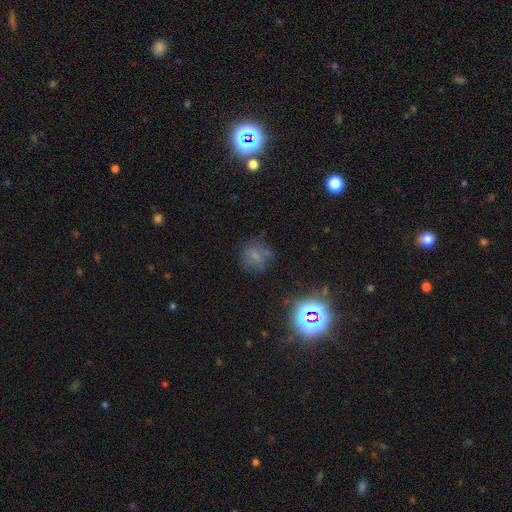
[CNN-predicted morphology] smooth 56%, star or artifact 26%, featured or disk 19%. Down the decision tree: how rounded — round (76%); merging — none (66%).